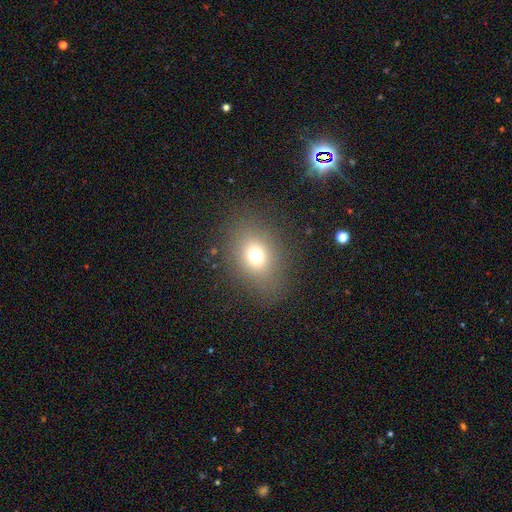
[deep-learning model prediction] smooth-or-featured: smooth: 69% | star or artifact: 18% | featured or disk: 13%
  how-rounded: in between: 50% | round: 48% | cigar-shaped: 1%
  merging: none: 82% | minor disturbance: 10% | major disturbance: 7% | merger: 1%